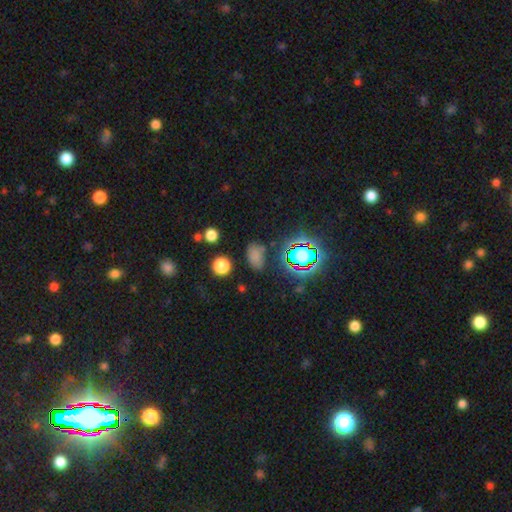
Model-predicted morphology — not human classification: smooth_or_featured: smooth (p=0.66) [alt: star or artifact p=0.27]
how_rounded: in between (p=0.82) [alt: round p=0.16]
merging: none (p=0.72) [alt: minor disturbance p=0.17]